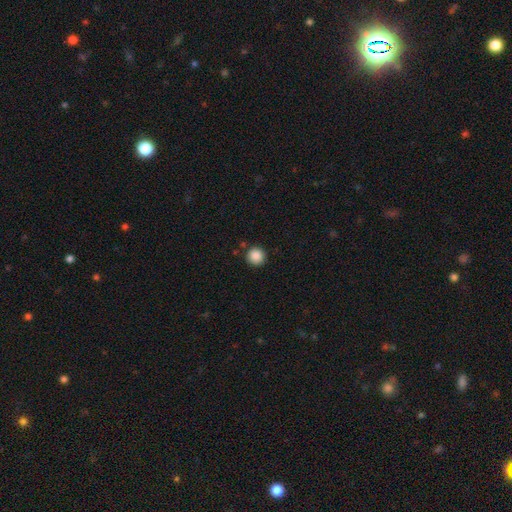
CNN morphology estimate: A smooth galaxy with no disk features (88%) that is round (95%). Merging: none (89%).